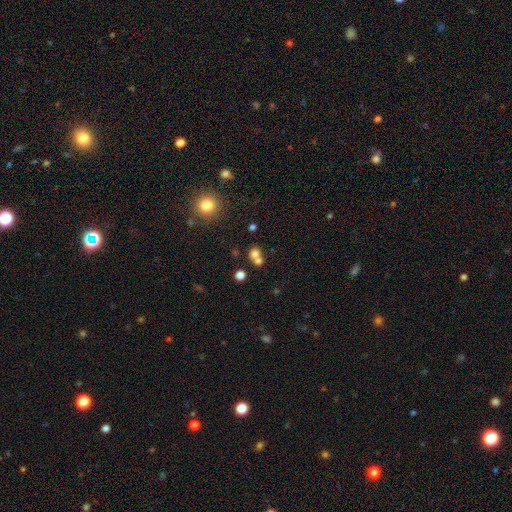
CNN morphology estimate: Overall: smooth (71%). How rounded: round (79%). Merging: merger (50%; none 40%).